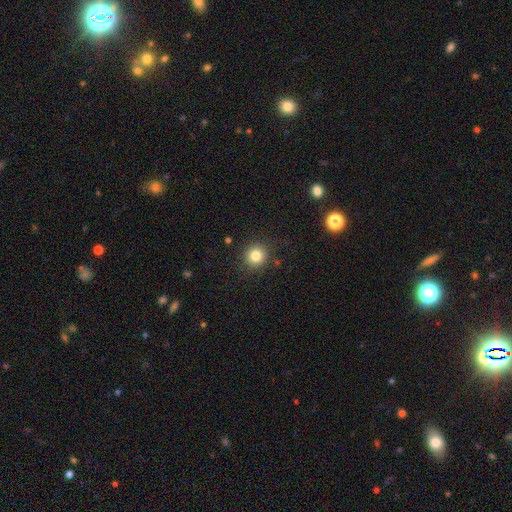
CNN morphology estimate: This appears to be a smooth galaxy with no disk features (83%) that is round (91%). Merging: none (89%).